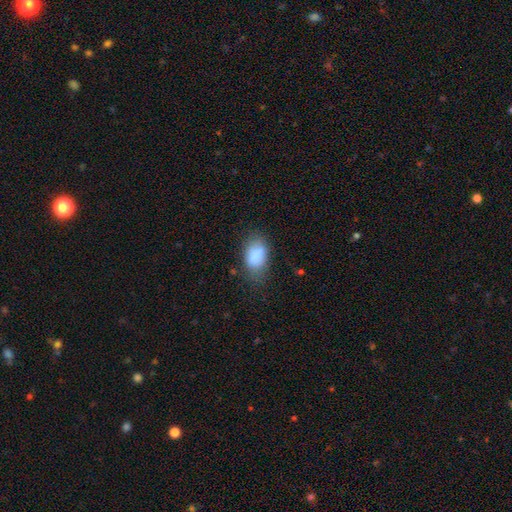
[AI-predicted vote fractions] smooth-or-featured: smooth: 84% | star or artifact: 8% | featured or disk: 8%
  how-rounded: in between: 88% | round: 10% | cigar-shaped: 2%
  merging: none: 59% | minor disturbance: 27% | major disturbance: 11% | merger: 3%